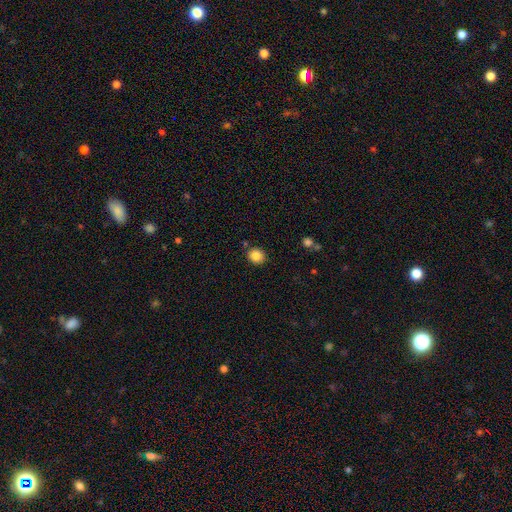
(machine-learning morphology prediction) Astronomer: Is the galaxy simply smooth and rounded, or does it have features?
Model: smooth — 85%.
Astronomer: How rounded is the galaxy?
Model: round — 78%.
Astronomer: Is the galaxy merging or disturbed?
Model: none — 85%.